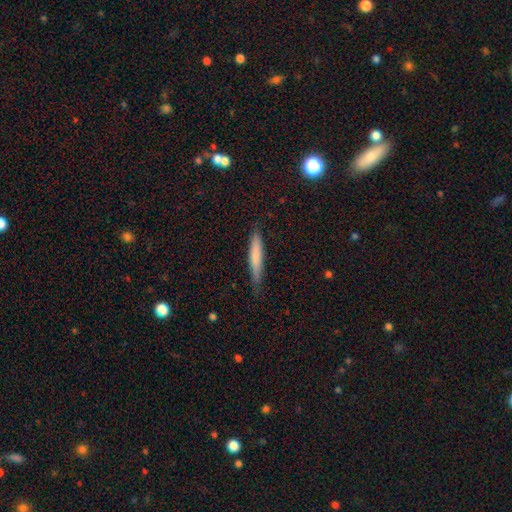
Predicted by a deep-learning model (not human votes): The model was most divided on "smooth or featured": smooth: 72%, featured or disk: 22%, star or artifact: 6%. More confident: how rounded — cigar-shaped (93%); merging — none (84%).